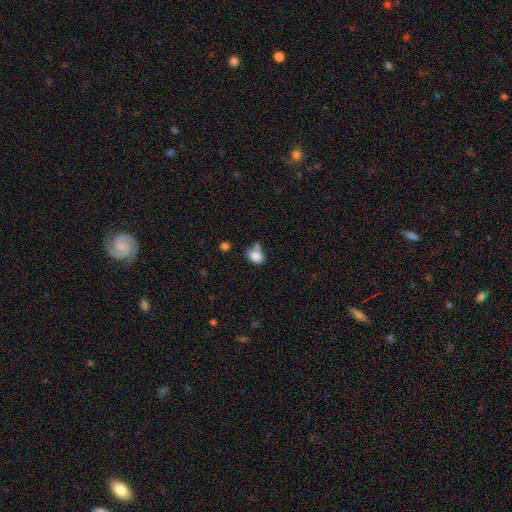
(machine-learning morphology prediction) Overall: smooth (83%). How rounded: in between (61%; round 37%). Merging: none (45%; merger 27%).